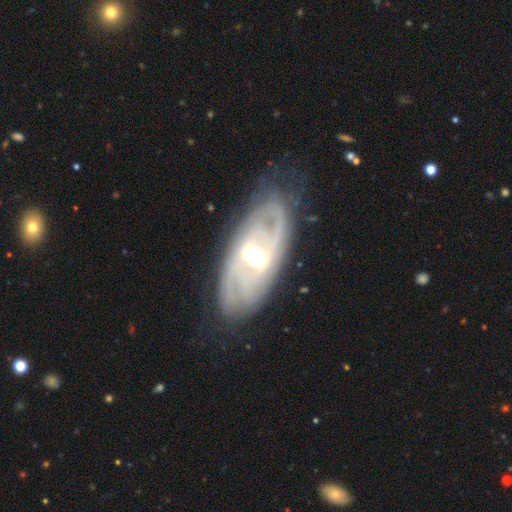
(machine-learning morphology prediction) Smooth or featured: featured or disk — 84% (smooth — 11%)
Edge-on disk: no — 90% (yes — 10%)
Bar: weak — 44% (strong — 31%)
Spiral arms: yes — 86% (no — 14%)
Spiral winding: tight — 60% (medium — 29%)
Spiral arm count: can't tell — 38% (2 — 36%)
Bulge size: moderate — 72% (small — 13%)
Merging: none — 78% (minor disturbance — 16%)